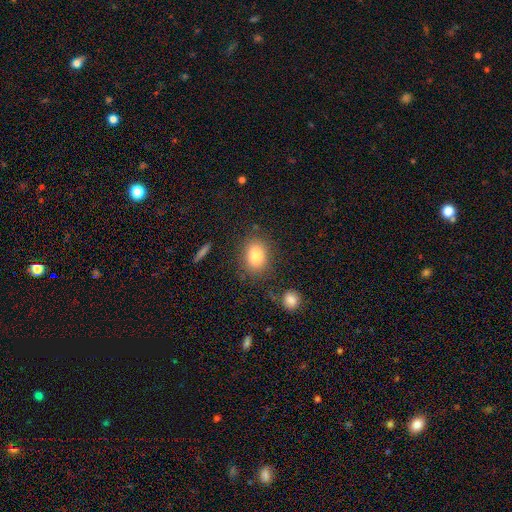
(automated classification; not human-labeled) Smooth or featured? Predicted: smooth (p=0.81). How rounded? Predicted: in between (p=0.64). Merging? Predicted: none (p=0.80).